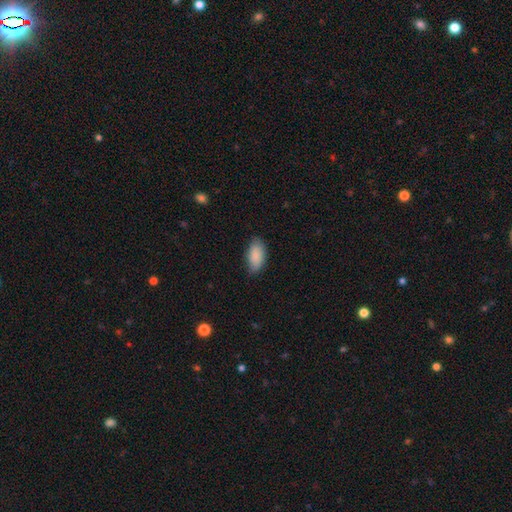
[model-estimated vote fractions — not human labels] Morphology: type=smooth (88%); roundness=in between (92%); merging=none (76%).